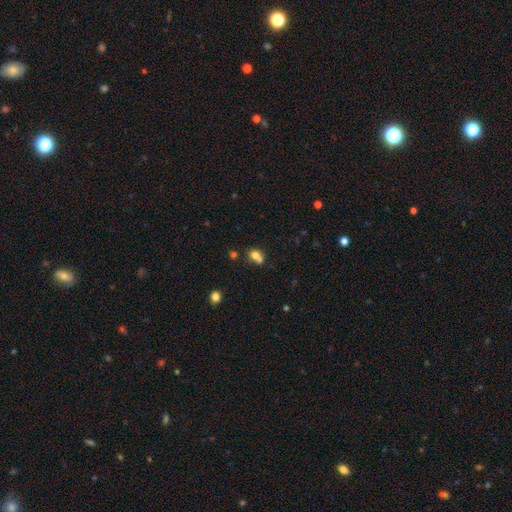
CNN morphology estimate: smooth_or_featured: smooth (p=0.73) [alt: featured or disk p=0.14]
how_rounded: in between (p=0.49) [tied with: round p=0.49]
merging: merger (p=0.49) [alt: none p=0.35]